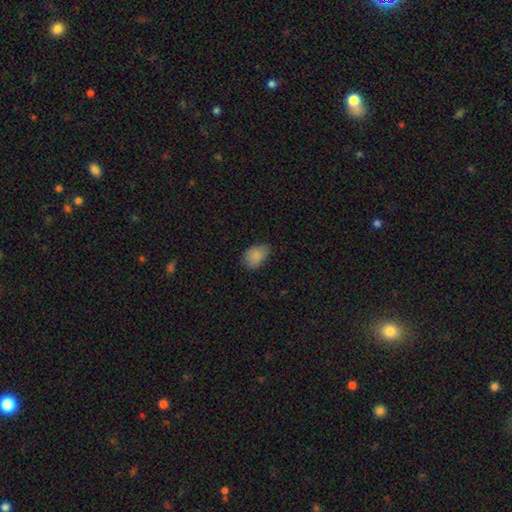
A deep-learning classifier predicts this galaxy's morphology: A smooth galaxy with no disk features (86%) that is in between round and cigar-shaped (82%). Merging: none (61%).